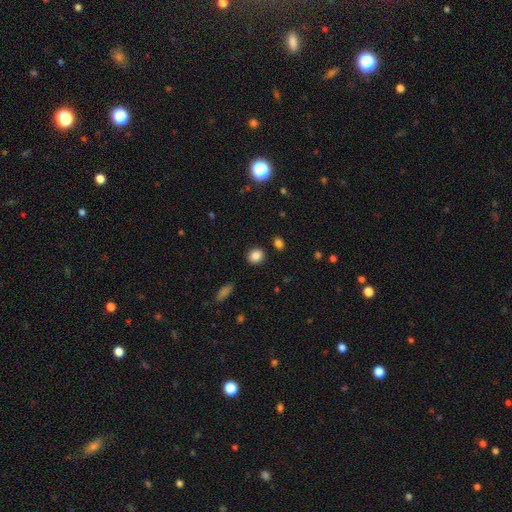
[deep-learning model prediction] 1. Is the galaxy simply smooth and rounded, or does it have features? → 86% smooth, 10% star or artifact, 4% featured or disk.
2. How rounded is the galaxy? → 72% round, 27% in between, 1% cigar-shaped.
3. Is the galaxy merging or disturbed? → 88% none, 7% minor disturbance, 2% merger, 2% major disturbance.